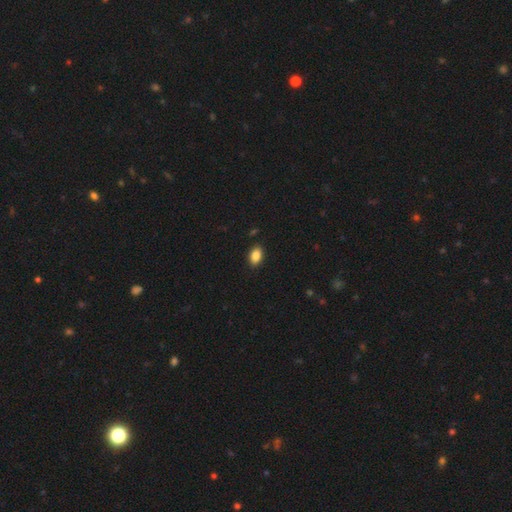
Overall: smooth (88%). How rounded: in between (94%). Merging: none (86%).